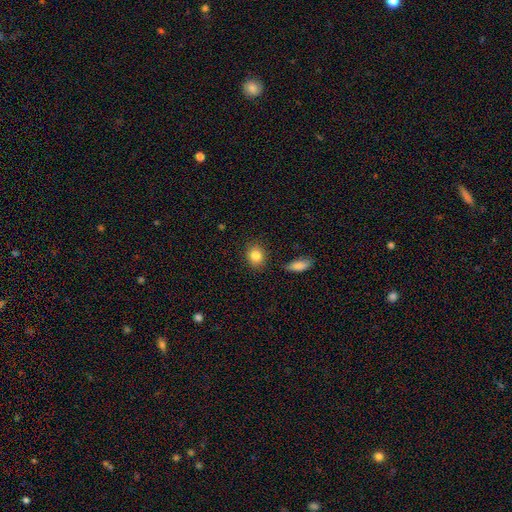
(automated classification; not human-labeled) A smooth galaxy with no disk features (85%) that is round (68%).

Vote fractions:
- Smooth or featured? smooth: 85% / star or artifact: 9% / featured or disk: 6%
- How rounded? round: 68% / in between: 30% / cigar-shaped: 1%
- Merging? none: 85% / minor disturbance: 9% / merger: 3% / major disturbance: 3%